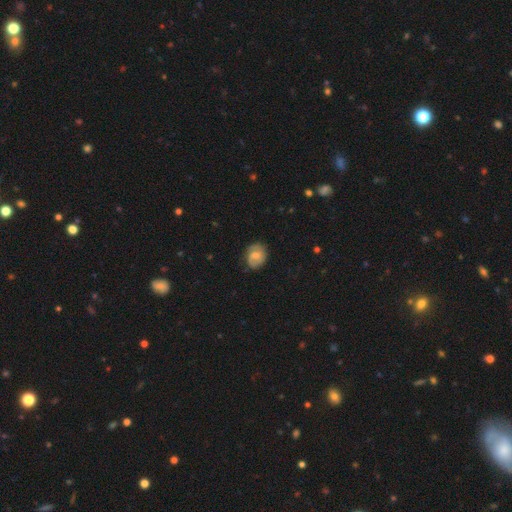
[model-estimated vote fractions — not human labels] Q: Smooth or featured?
A: featured or disk (47%); runner-up: smooth (46%)
Q: Merging?
A: none (72%); runner-up: minor disturbance (21%)